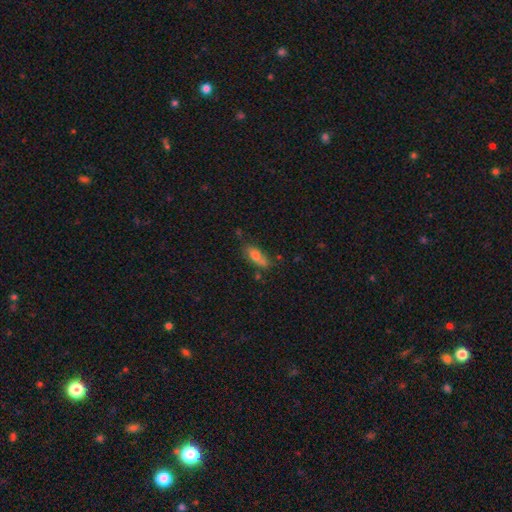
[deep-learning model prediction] smooth-or-featured: smooth: 73% | featured or disk: 18% | star or artifact: 9%
  how-rounded: in between: 74% | cigar-shaped: 23% | round: 4%
  merging: none: 58% | minor disturbance: 24% | merger: 11% | major disturbance: 7%